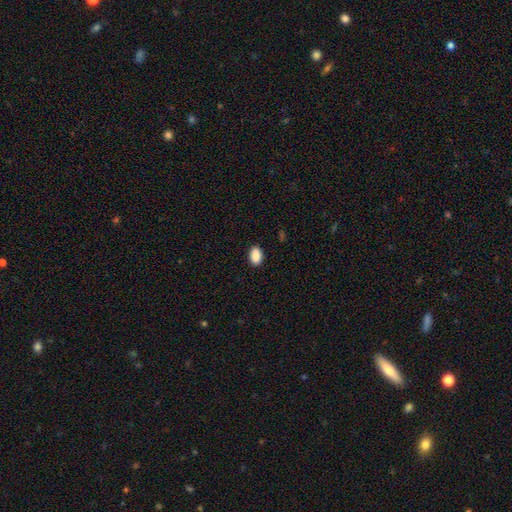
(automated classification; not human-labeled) The model was most divided on "how rounded": in between: 88%, round: 10%, cigar-shaped: 2%. More confident: merging — none (90%); smooth or featured — smooth (90%).